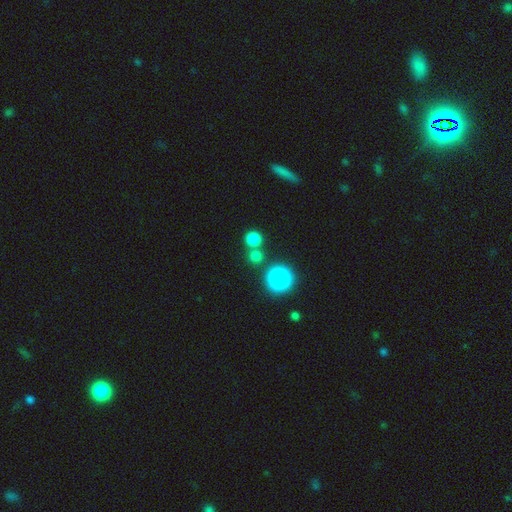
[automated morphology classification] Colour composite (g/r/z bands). It shows a smooth galaxy with no disk features (74%) that is round (90%). Merging: none (69%).